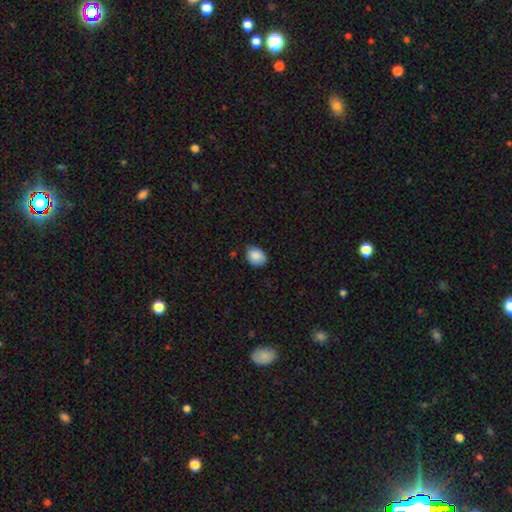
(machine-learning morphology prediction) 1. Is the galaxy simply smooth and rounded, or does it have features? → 88% smooth, 8% star or artifact, 4% featured or disk.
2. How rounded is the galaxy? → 52% in between, 47% round, 1% cigar-shaped.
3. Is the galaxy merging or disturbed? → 69% none, 26% minor disturbance, 4% major disturbance, 2% merger.